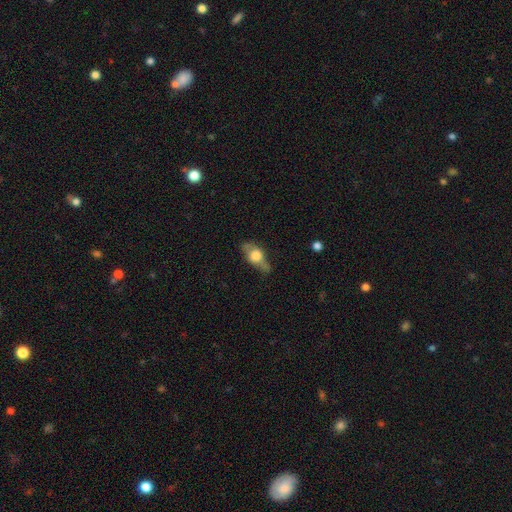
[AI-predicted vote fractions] Smooth or featured? Predicted: smooth (p=0.48). Merging? Predicted: none (p=0.51).